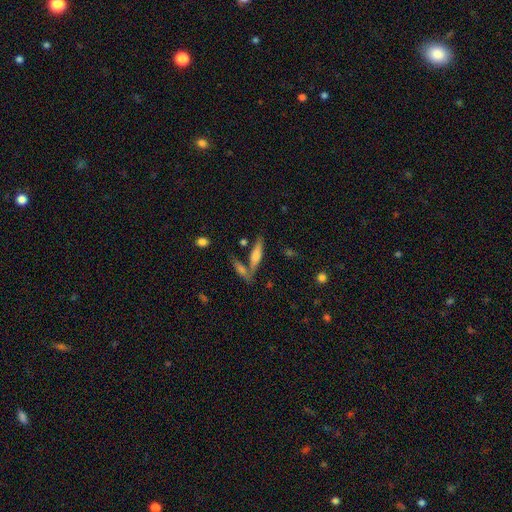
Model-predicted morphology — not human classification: Overall: featured or disk (48%; smooth 42%). Merging: none (63%).